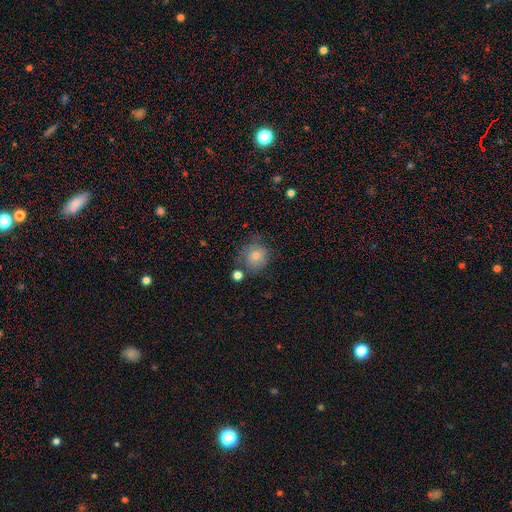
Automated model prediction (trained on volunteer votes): Smooth or featured? Predicted: smooth (p=0.69). How rounded? Predicted: round (p=0.86). Merging? Predicted: none (p=0.69).